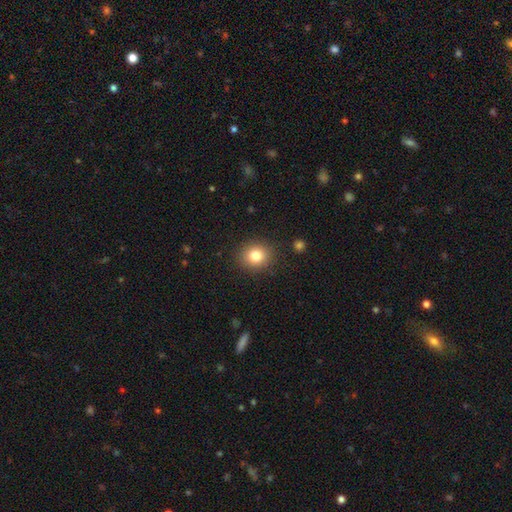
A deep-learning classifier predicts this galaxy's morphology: Overall: smooth (81%). How rounded: round (82%). Merging: none (89%).